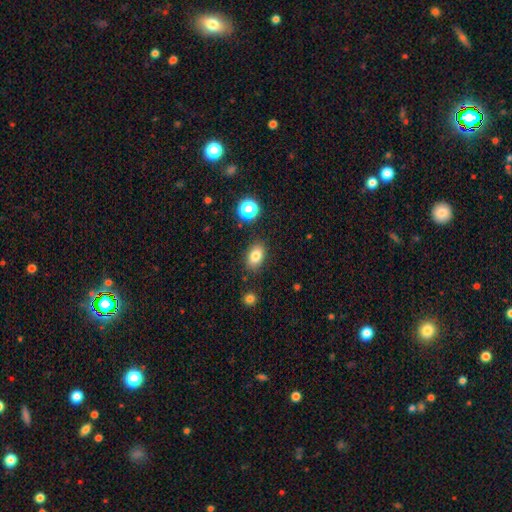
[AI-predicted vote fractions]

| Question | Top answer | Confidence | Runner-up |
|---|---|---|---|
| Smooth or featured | smooth | 81% | star or artifact (11%) |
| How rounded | in between | 82% | round (16%) |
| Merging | none | 84% | minor disturbance (10%) |